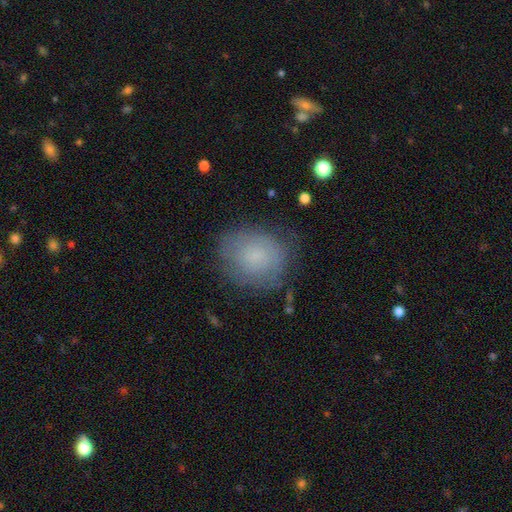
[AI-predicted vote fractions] smooth-or-featured: smooth: 70% | featured or disk: 20% | star or artifact: 10%
  how-rounded: round: 64% | in between: 35% | cigar-shaped: 1%
  merging: none: 73% | minor disturbance: 19% | major disturbance: 7% | merger: 2%